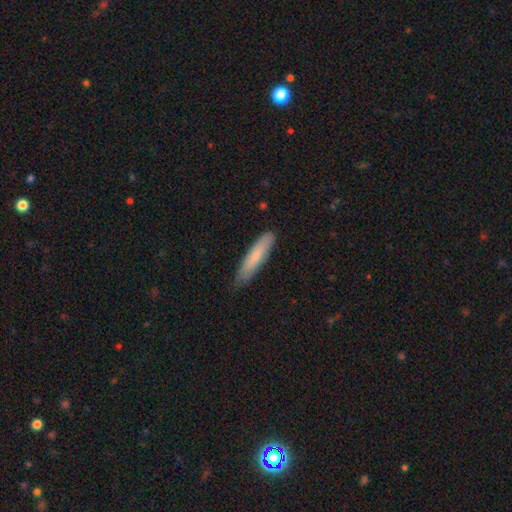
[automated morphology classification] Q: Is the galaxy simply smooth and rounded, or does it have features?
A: smooth — 77%.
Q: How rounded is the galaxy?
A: cigar-shaped — 83%.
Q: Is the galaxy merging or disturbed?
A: none — 81%.